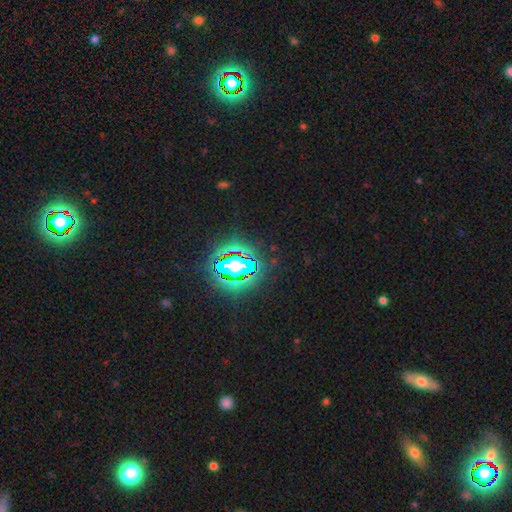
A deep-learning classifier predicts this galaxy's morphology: smooth-or-featured: star or artifact: 80% | smooth: 12% | featured or disk: 8%